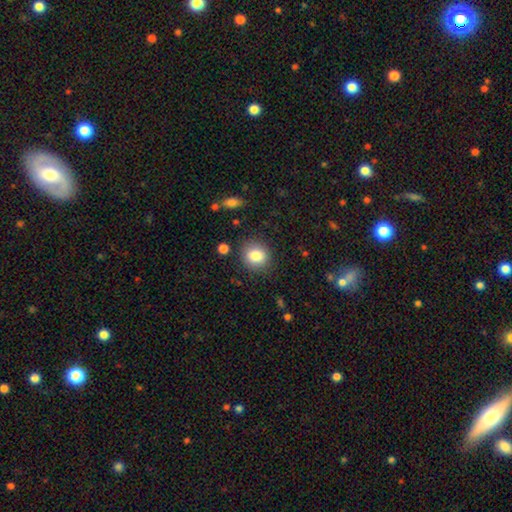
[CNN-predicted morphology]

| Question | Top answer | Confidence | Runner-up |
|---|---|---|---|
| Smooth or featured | smooth | 83% | star or artifact (10%) |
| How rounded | round | 79% | in between (20%) |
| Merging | none | 86% | minor disturbance (9%) |